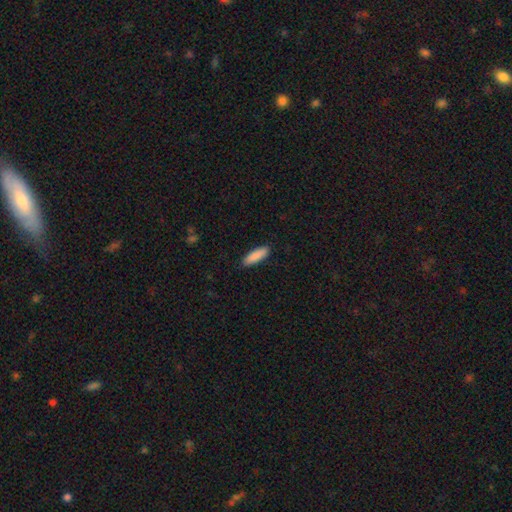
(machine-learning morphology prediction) A smooth galaxy with no disk features (89%) that is cigar-shaped (53%).

Vote fractions:
- Smooth or featured? smooth: 89% / star or artifact: 6% / featured or disk: 5%
- How rounded? cigar-shaped: 53% / in between: 45% / round: 2%
- Merging? none: 89% / minor disturbance: 8% / major disturbance: 2% / merger: 1%